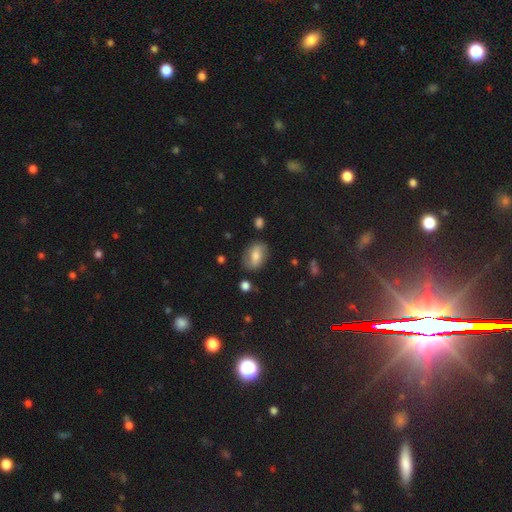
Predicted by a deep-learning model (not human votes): Morphology: type=smooth (54%); roundness=in between (76%); merging=none (77%).